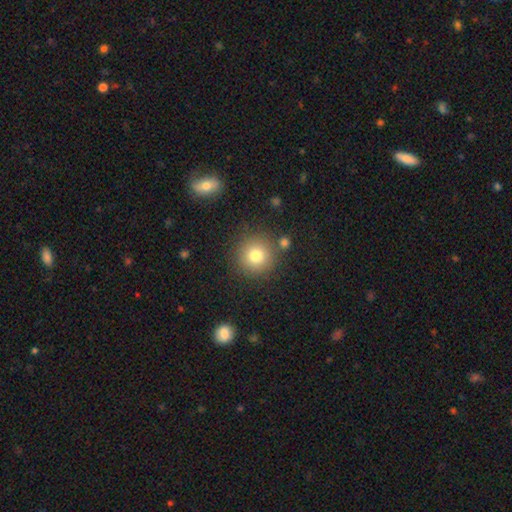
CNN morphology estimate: Smooth or featured: smooth — 78% (star or artifact — 12%)
How rounded: round — 94% (in between — 5%)
Merging: none — 83% (minor disturbance — 8%)